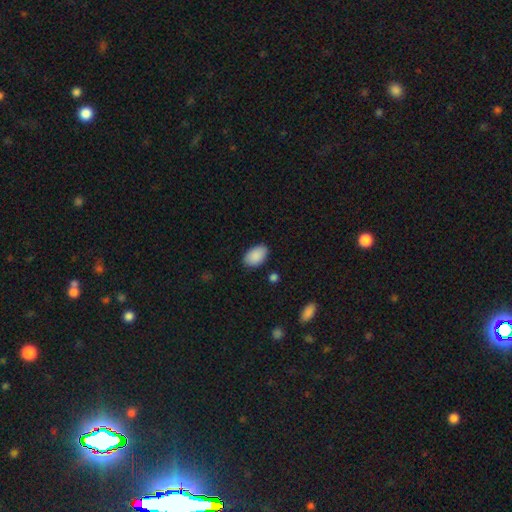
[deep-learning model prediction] This appears to be a smooth galaxy with no disk features (90%) that is in between round and cigar-shaped (92%). Merging: none (84%).